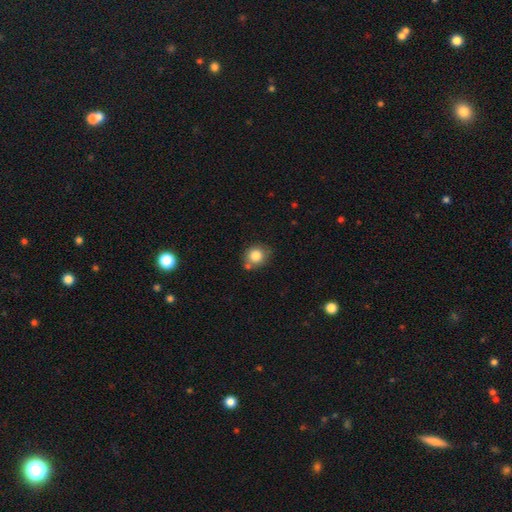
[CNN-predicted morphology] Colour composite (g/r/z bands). It shows a smooth galaxy with no disk features (82%) that is round (83%). Merging: none (69%).